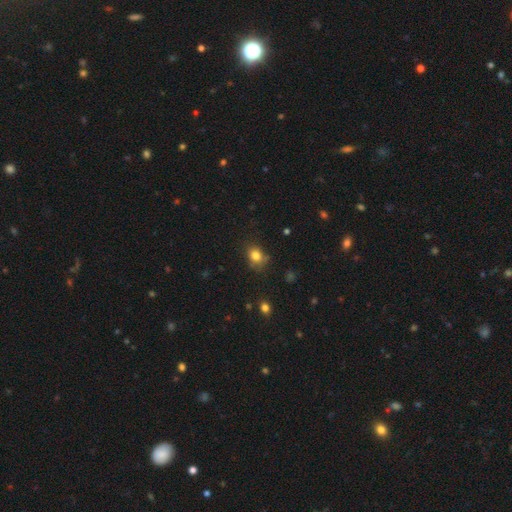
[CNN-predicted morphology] A smooth galaxy with no disk features (81%) that is round (50%). Merging: none (66%).